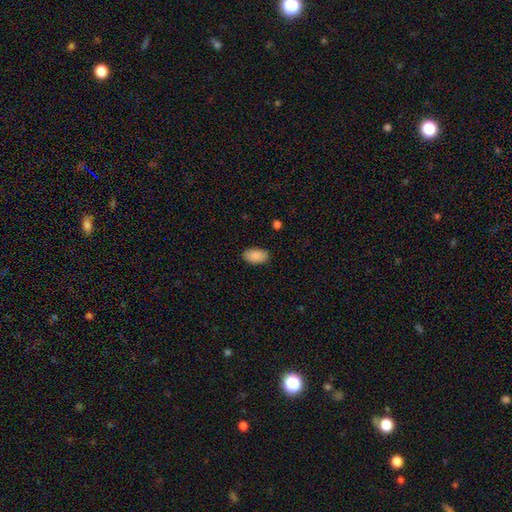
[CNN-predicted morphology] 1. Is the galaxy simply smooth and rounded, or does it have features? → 89% smooth, 7% star or artifact, 4% featured or disk.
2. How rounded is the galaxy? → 95% in between, 4% round, 2% cigar-shaped.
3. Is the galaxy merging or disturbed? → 87% none, 10% minor disturbance, 2% major disturbance, 1% merger.